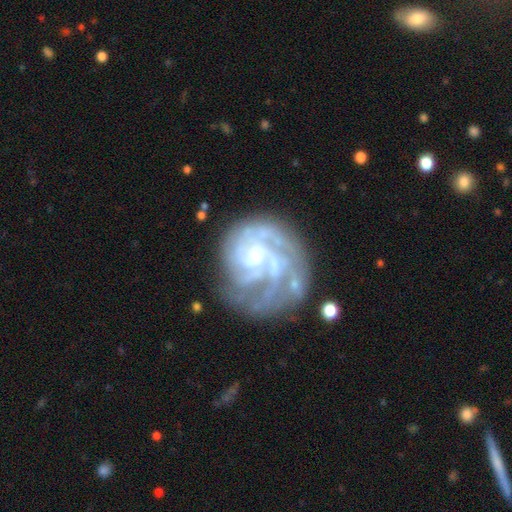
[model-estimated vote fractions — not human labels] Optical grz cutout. It shows a featured or disk galaxy (86%) with no bar (60%), 3 (31%) tight (61%) spiral arms (95%) and a small central bulge (47%). Merging: none (59%).